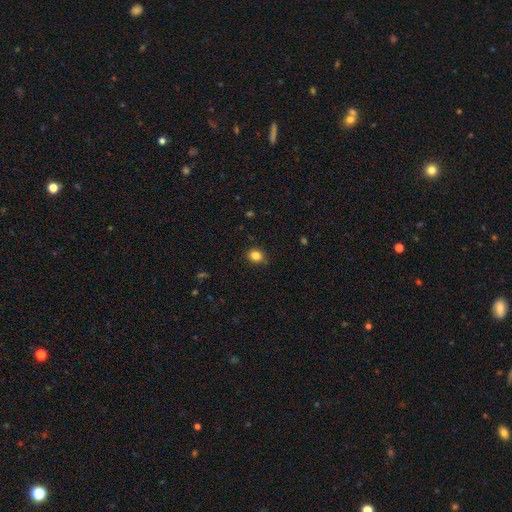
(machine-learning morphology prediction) Smooth or featured? smooth (84%)
How rounded? round (67%)
Merging? none (83%)